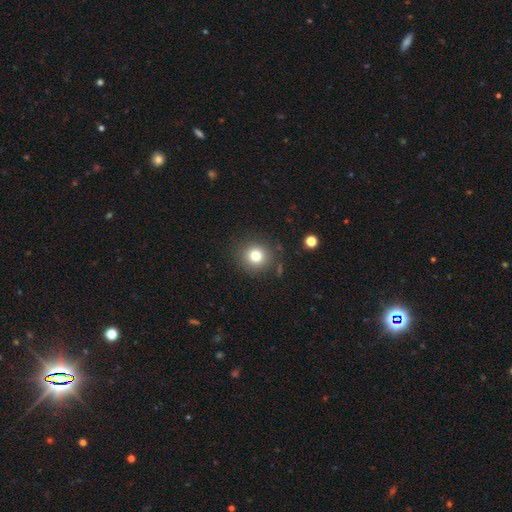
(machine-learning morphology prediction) smooth 79%, star or artifact 13%, featured or disk 8%. Down the decision tree: how rounded — round (91%); merging — none (85%).